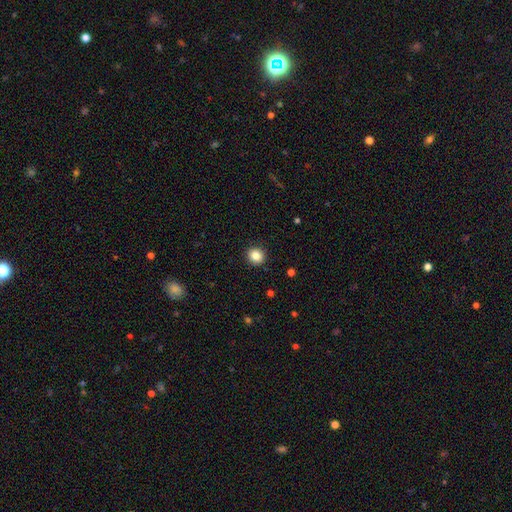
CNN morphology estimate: type=smooth (85%); roundness=round (89%); merging=none (92%).